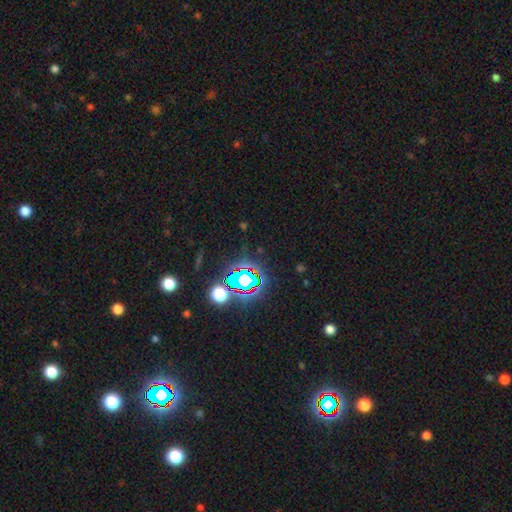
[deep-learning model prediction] Overall: star or artifact (82%).